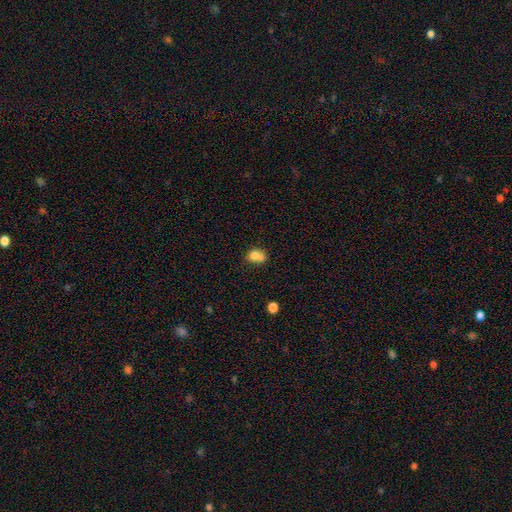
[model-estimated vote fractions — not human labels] Smooth or featured? Predicted: smooth (p=0.74). How rounded? Predicted: round (p=0.52). Merging? Predicted: merger (p=0.45).